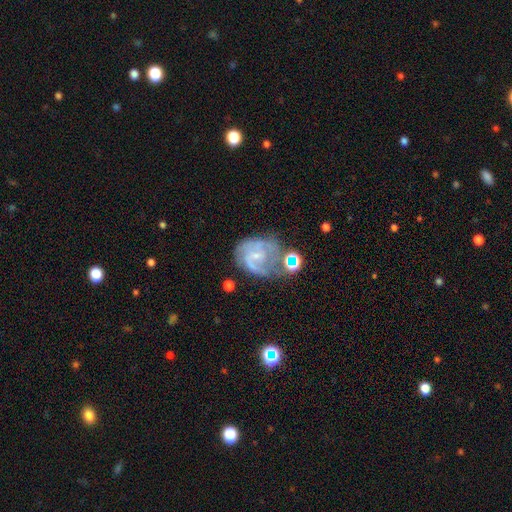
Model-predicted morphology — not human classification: Overall: featured or disk (74%). Edge-on disk: no (98%). Bar: no (57%; weak 36%). Spiral arms: yes (84%). Spiral arm count: 2 (40%; can't tell 30%). Spiral winding: medium (44%; tight 38%). Bulge size: small (72%). Merging: none (39%; major disturbance 25%).